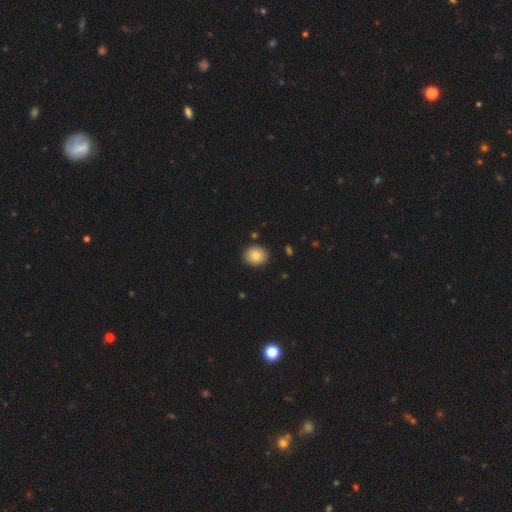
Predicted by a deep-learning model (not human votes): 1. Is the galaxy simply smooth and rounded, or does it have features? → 84% smooth, 8% star or artifact, 8% featured or disk.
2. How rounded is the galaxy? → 57% round, 42% in between, 1% cigar-shaped.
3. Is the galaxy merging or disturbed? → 89% none, 7% minor disturbance, 2% major disturbance, 1% merger.